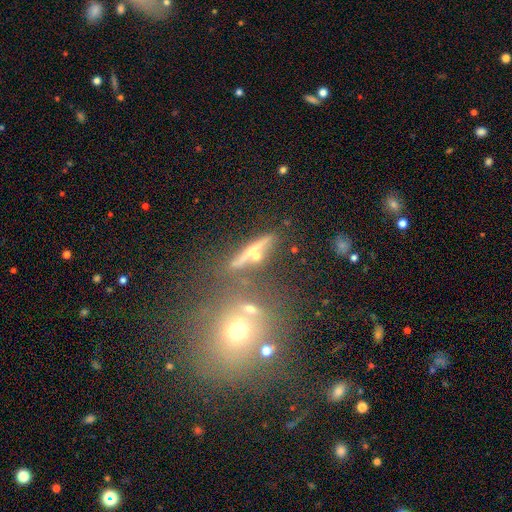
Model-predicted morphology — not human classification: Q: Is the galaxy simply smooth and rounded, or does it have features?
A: featured or disk — 49%.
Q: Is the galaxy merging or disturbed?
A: none — 70%.